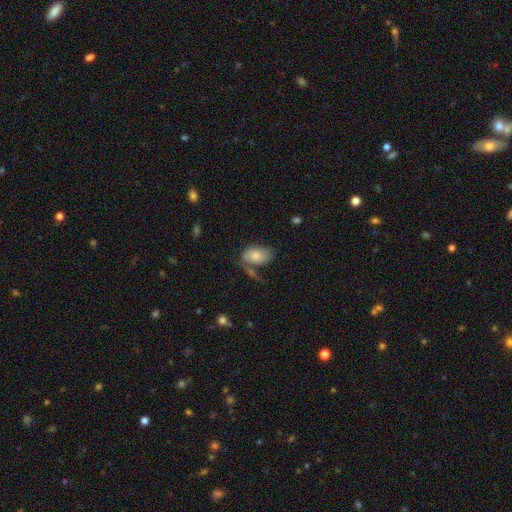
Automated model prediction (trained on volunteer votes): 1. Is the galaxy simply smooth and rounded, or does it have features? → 63% smooth, 29% featured or disk, 8% star or artifact.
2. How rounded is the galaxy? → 89% in between, 10% round, 2% cigar-shaped.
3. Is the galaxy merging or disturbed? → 34% none, 26% major disturbance, 23% minor disturbance, 17% merger.